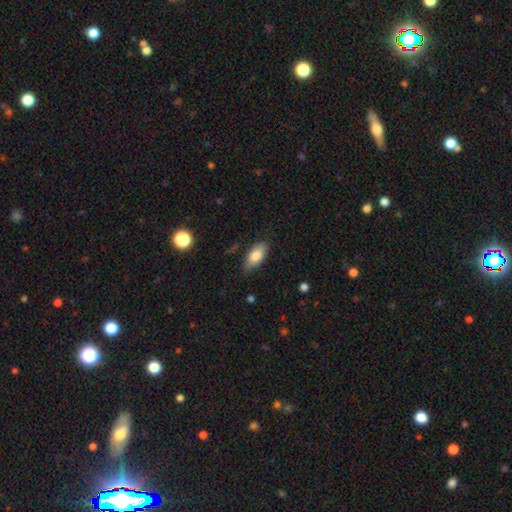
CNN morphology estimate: Q: Smooth or featured?
A: smooth (81%); runner-up: featured or disk (12%)
Q: How rounded?
A: in between (89%); runner-up: cigar-shaped (8%)
Q: Merging?
A: none (80%); runner-up: minor disturbance (16%)